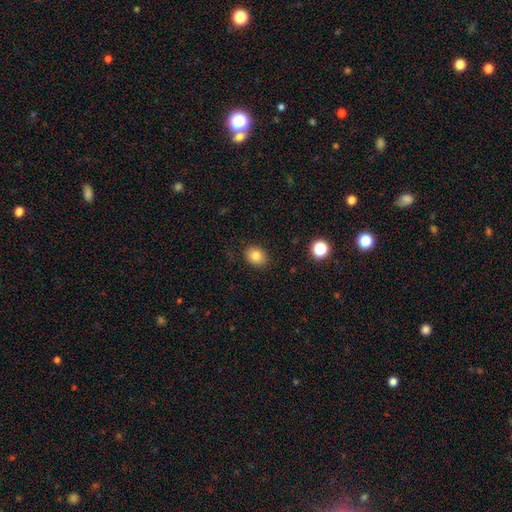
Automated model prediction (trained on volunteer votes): smooth 83%, star or artifact 10%, featured or disk 7%. Down the decision tree: how rounded — in between (58%); merging — none (87%).